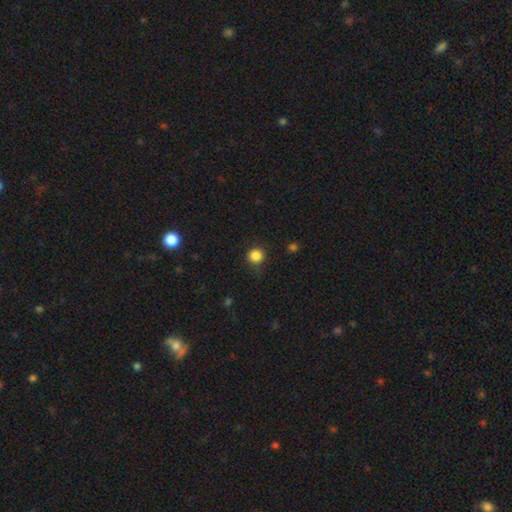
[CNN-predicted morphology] Smooth or featured: smooth — 85% (star or artifact — 11%)
How rounded: round — 94% (in between — 5%)
Merging: none — 86% (minor disturbance — 10%)